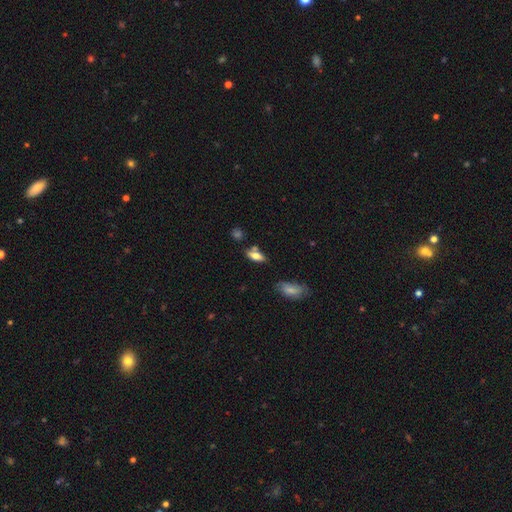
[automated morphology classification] smooth 67%, featured or disk 24%, star or artifact 9%. Down the decision tree: how rounded — in between (73%); merging — none (65%).